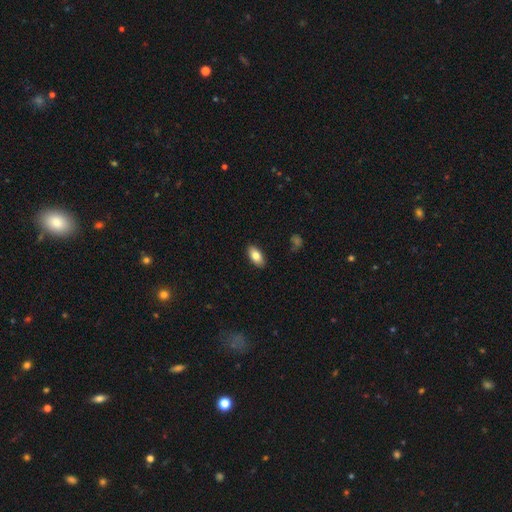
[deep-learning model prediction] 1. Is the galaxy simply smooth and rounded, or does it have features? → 80% smooth, 14% featured or disk, 7% star or artifact.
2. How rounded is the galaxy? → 91% in between, 7% cigar-shaped, 3% round.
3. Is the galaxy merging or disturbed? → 88% none, 9% minor disturbance, 2% major disturbance, 1% merger.